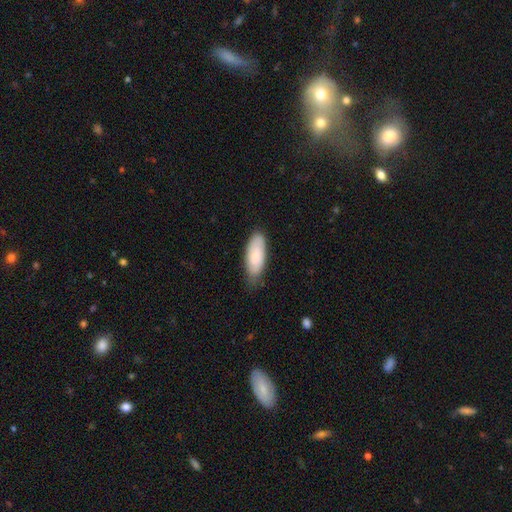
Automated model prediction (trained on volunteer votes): Smooth or featured? Predicted: smooth (p=0.76). How rounded? Predicted: in between (p=0.78). Merging? Predicted: none (p=0.69).